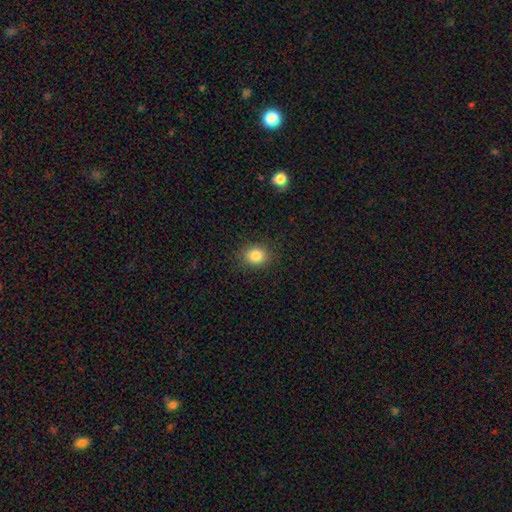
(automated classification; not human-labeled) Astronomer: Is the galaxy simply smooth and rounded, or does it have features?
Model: smooth — 84%.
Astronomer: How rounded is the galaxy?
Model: round — 64%.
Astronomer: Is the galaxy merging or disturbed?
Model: none — 88%.